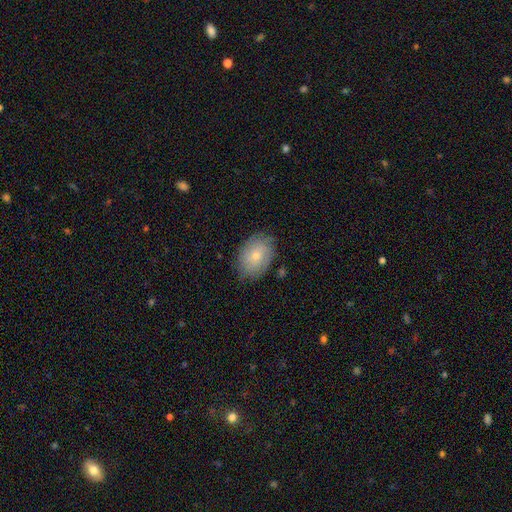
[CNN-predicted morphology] This appears to be a smooth galaxy with no disk features (62%) that is in between round and cigar-shaped (74%). Merging: none (79%).